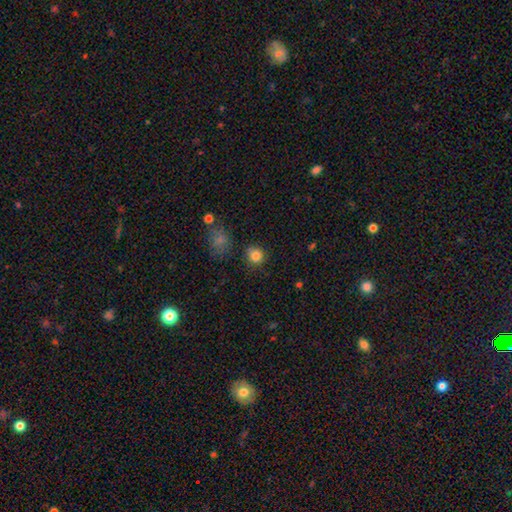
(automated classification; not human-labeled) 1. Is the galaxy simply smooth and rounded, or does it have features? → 84% smooth, 11% star or artifact, 5% featured or disk.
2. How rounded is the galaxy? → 89% round, 10% in between, 1% cigar-shaped.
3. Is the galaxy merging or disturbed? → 85% none, 10% minor disturbance, 3% major disturbance, 2% merger.